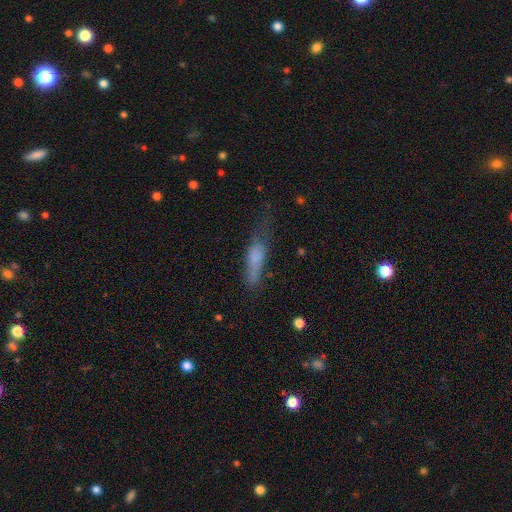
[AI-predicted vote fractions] Smooth or featured?
  - smooth: 68% *
  - featured or disk: 23%
  - star or artifact: 9%
How rounded?
  - cigar-shaped: 69% *
  - in between: 29%
  - round: 2%
Merging?
  - none: 42% *
  - minor disturbance: 33%
  - major disturbance: 22%
  - merger: 4%